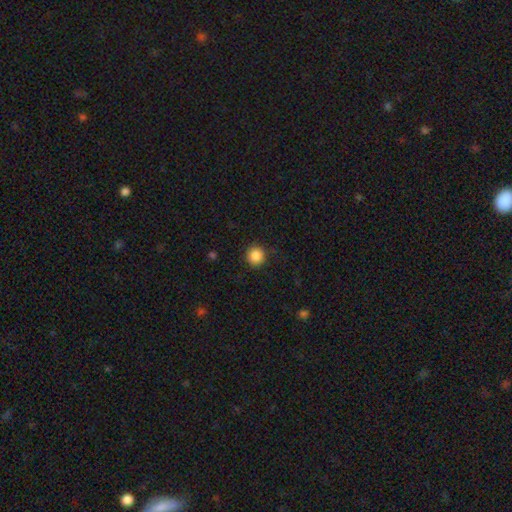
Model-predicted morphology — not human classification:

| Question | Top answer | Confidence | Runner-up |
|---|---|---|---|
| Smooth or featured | smooth | 87% | star or artifact (10%) |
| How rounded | round | 93% | in between (6%) |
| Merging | none | 89% | minor disturbance (8%) |